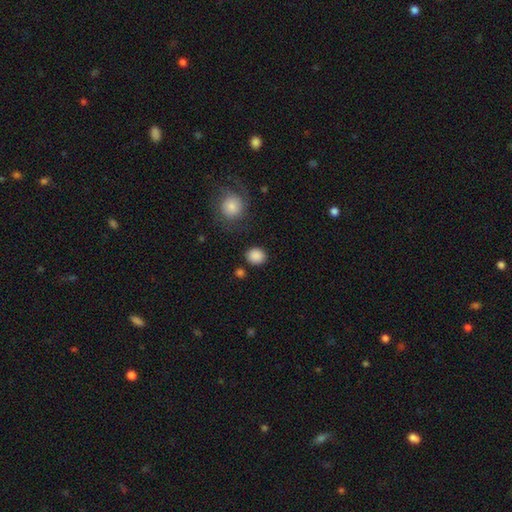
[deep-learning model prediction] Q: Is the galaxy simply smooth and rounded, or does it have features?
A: smooth — 87%.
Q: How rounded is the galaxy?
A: round — 72%.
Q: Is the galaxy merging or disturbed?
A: none — 83%.